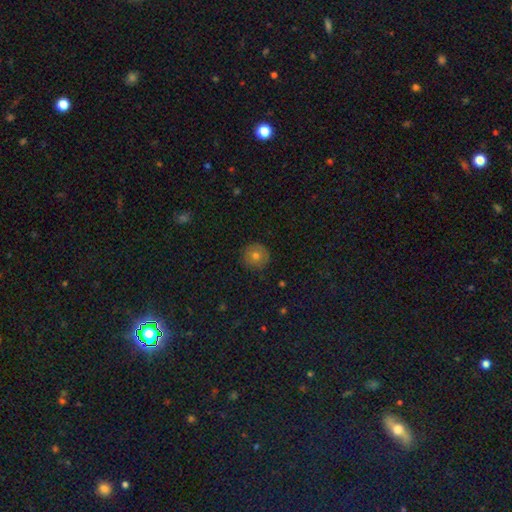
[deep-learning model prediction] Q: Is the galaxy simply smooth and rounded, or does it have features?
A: smooth — 69%.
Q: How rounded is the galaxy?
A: round — 94%.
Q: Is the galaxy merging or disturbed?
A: none — 87%.